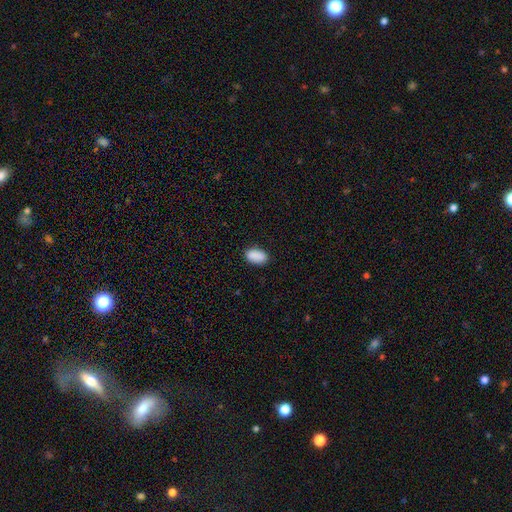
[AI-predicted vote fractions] A smooth galaxy with no disk features (90%) that is in between round and cigar-shaped (93%).

Vote fractions:
- Smooth or featured? smooth: 90% / star or artifact: 7% / featured or disk: 3%
- How rounded? in between: 93% / round: 5% / cigar-shaped: 2%
- Merging? none: 87% / minor disturbance: 10% / major disturbance: 2% / merger: 1%